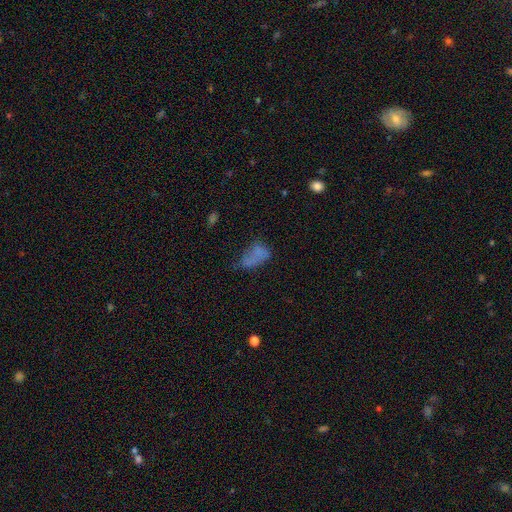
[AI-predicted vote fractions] Q: Smooth or featured?
A: smooth (61%); runner-up: featured or disk (24%)
Q: How rounded?
A: in between (87%); runner-up: round (9%)
Q: Merging?
A: none (33%); runner-up: minor disturbance (27%)